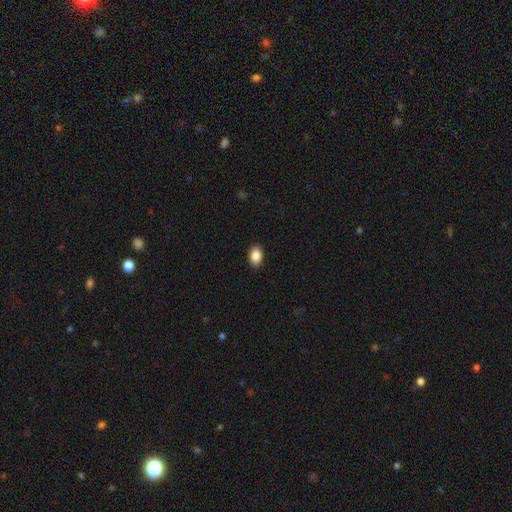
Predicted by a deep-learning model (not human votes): Smooth or featured? smooth (87%)
How rounded? in between (84%)
Merging? none (90%)